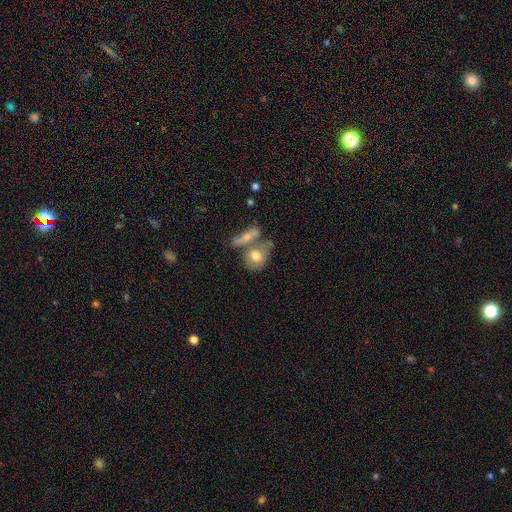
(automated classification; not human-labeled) Smooth or featured: smooth — 68% (featured or disk — 25%)
How rounded: in between — 52% (round — 43%)
Merging: merger — 45% (none — 35%)